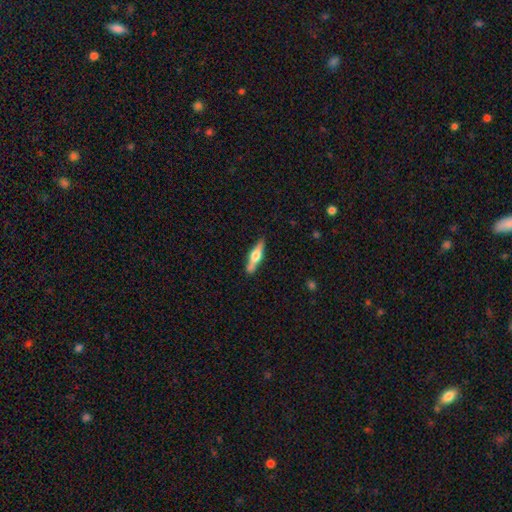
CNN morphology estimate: Q: Smooth or featured?
A: featured or disk (58%); runner-up: smooth (36%)
Q: Edge-on disk?
A: yes (95%); runner-up: no (5%)
Q: Edge-on bulge?
A: rounded (91%); runner-up: boxy (6%)
Q: Merging?
A: none (82%); runner-up: minor disturbance (12%)